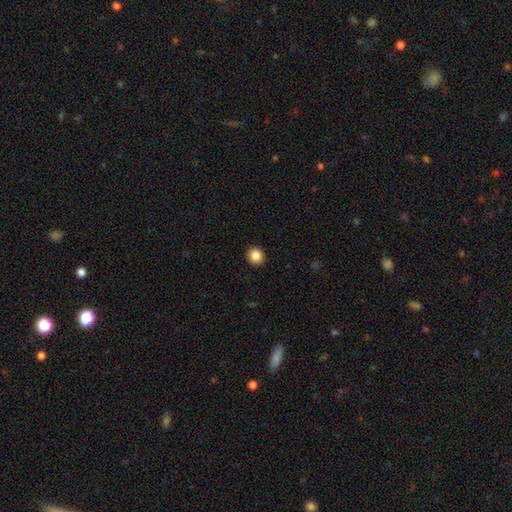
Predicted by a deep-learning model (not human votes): This appears to be a smooth galaxy with no disk features (86%) that is round (90%). Merging: none (93%).